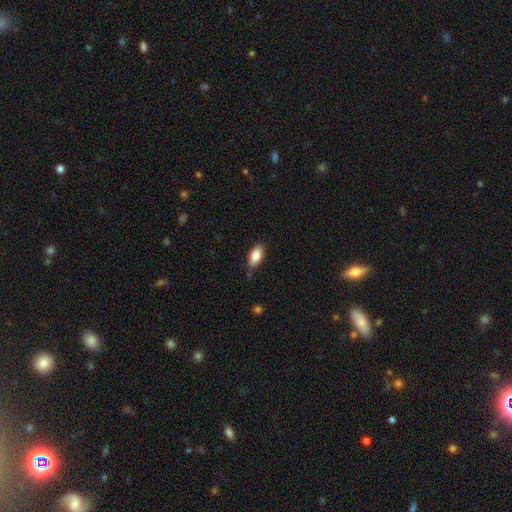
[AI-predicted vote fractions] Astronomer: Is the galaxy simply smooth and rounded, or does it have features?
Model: smooth — 82%.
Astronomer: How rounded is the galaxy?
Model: in between — 89%.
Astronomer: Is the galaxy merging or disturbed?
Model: none — 71%.